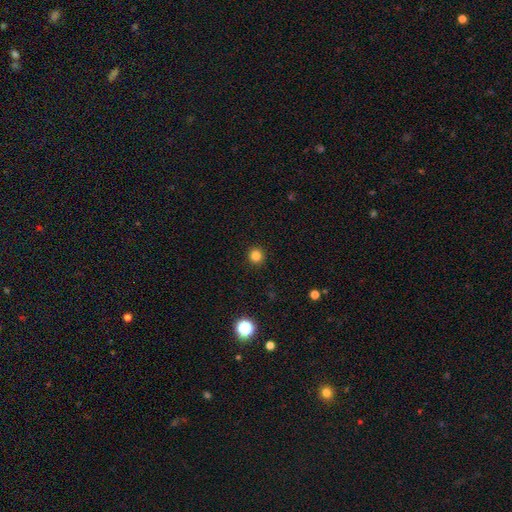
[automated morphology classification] smooth 82%, star or artifact 14%, featured or disk 4%. Down the decision tree: how rounded — round (95%); merging — none (93%).